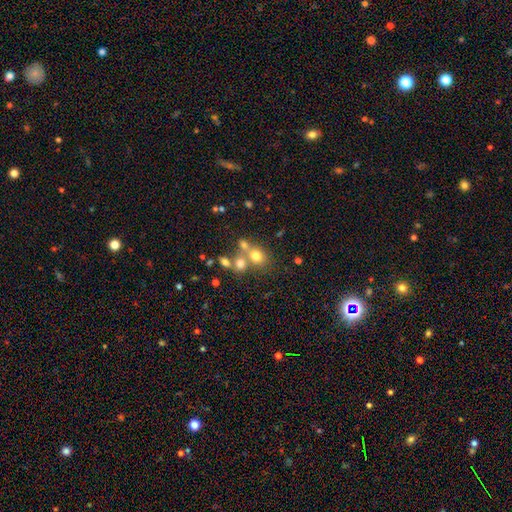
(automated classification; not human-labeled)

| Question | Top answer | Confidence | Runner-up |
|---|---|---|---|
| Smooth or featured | smooth | 68% | star or artifact (16%) |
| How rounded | round | 69% | in between (30%) |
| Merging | none | 46% | merger (41%) |